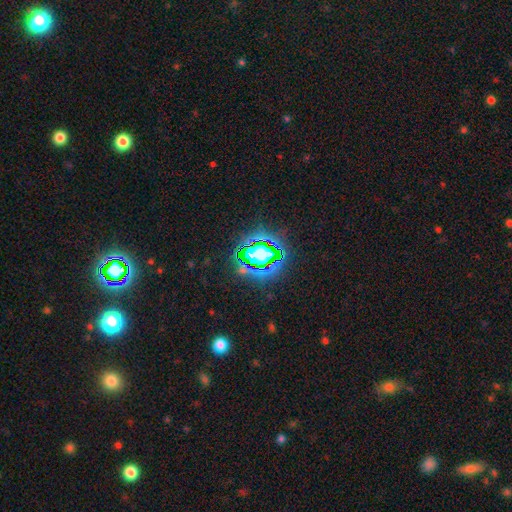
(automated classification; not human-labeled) Smooth or featured: star or artifact — 77% (smooth — 14%)